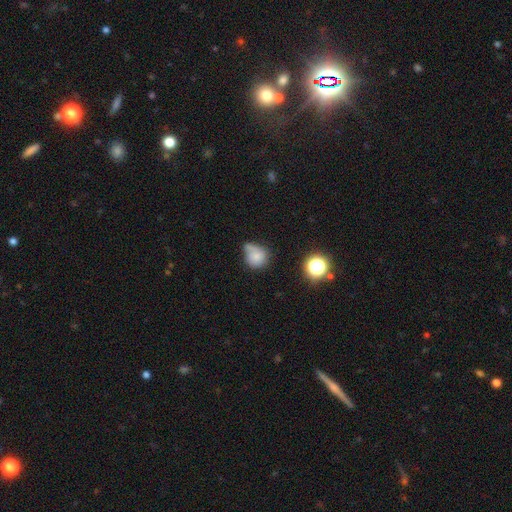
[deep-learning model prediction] Smooth or featured? smooth (76%)
How rounded? round (75%)
Merging? none (36%)